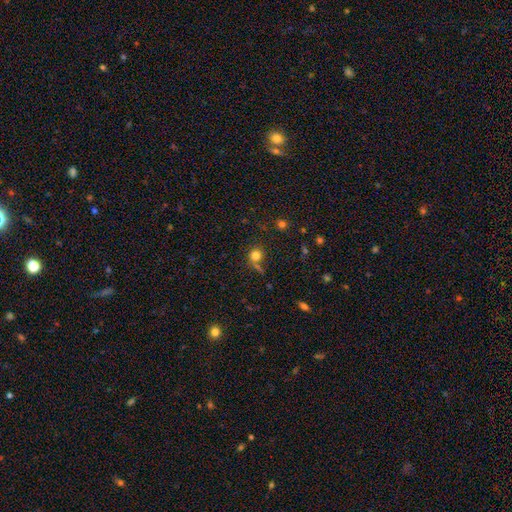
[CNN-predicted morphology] type=smooth (77%); roundness=round (87%); merging=none (61%).